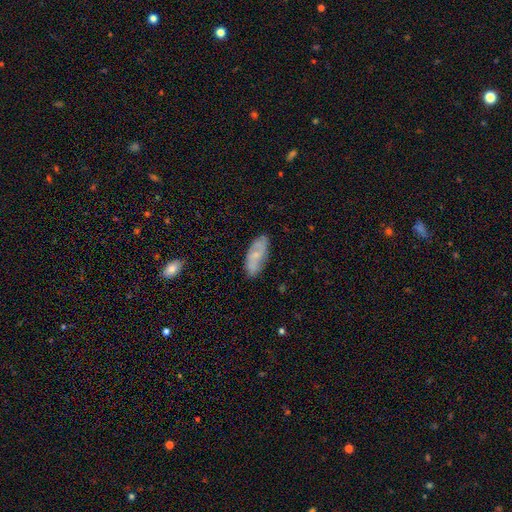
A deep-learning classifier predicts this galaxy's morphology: smooth 49%, featured or disk 43%, star or artifact 8%. Down the decision tree: merging — none (79%).